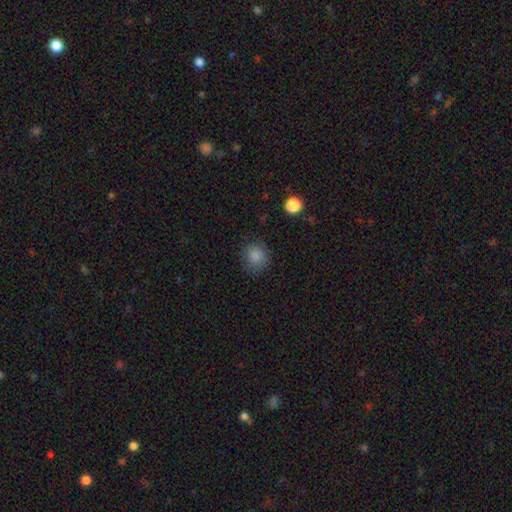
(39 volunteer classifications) smooth-or-featured: smooth: 87% | star or artifact: 8% | featured or disk: 5%
  how-rounded: round: 82% | in between: 15% | cigar-shaped: 3%
  merging: none: 72% | minor disturbance: 14% | major disturbance: 14% | merger: 0%